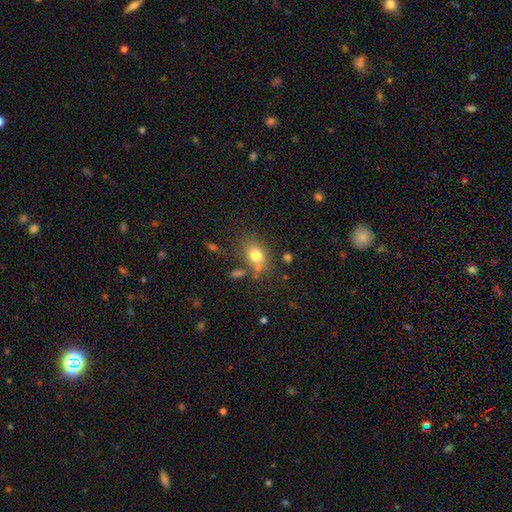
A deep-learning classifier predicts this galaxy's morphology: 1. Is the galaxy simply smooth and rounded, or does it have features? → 76% smooth, 13% featured or disk, 11% star or artifact.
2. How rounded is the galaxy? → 66% in between, 33% round, 1% cigar-shaped.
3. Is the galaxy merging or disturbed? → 63% none, 17% minor disturbance, 14% merger, 7% major disturbance.